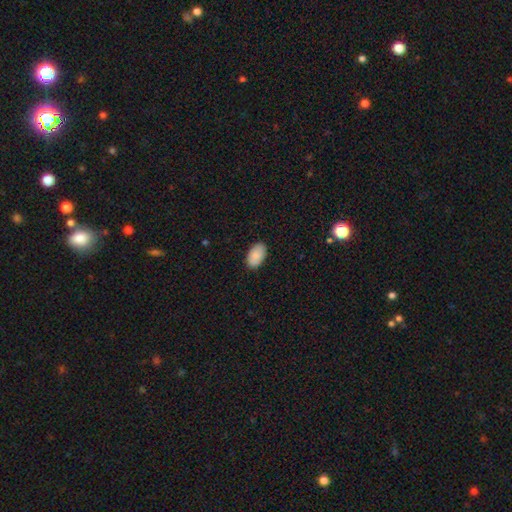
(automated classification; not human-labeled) A smooth galaxy with no disk features (90%) that is in between round and cigar-shaped (95%). Merging: none (88%).